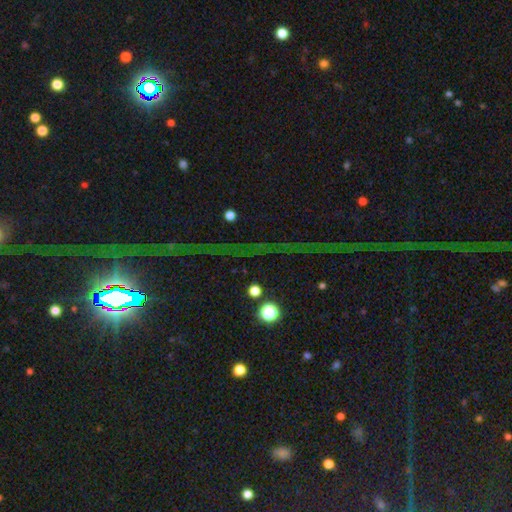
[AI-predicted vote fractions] A star or artifact, not a galaxy (82%).

Vote fractions:
- Smooth or featured? star or artifact: 82% / featured or disk: 10% / smooth: 8%